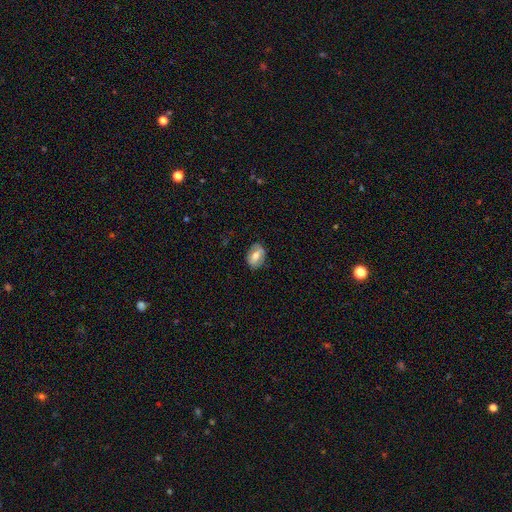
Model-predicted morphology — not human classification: type=smooth (52%); roundness=in between (82%); merging=none (79%).